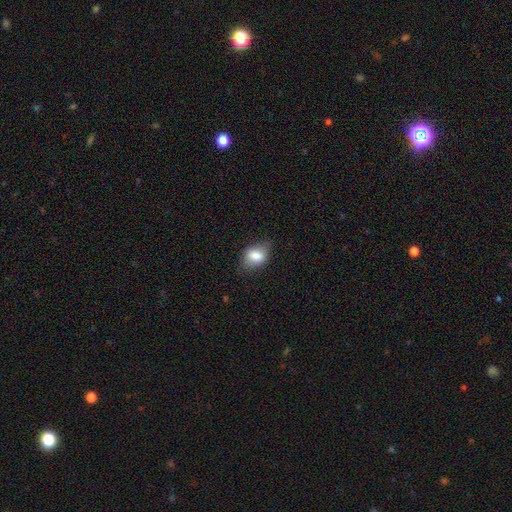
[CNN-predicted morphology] type=smooth (79%); roundness=in between (74%); merging=none (66%).